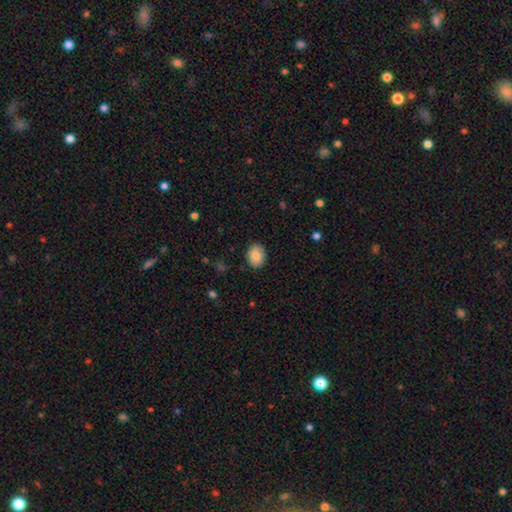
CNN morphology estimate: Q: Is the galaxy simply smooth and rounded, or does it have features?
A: smooth — 86%.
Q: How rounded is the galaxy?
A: in between — 59%.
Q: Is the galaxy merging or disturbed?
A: none — 88%.